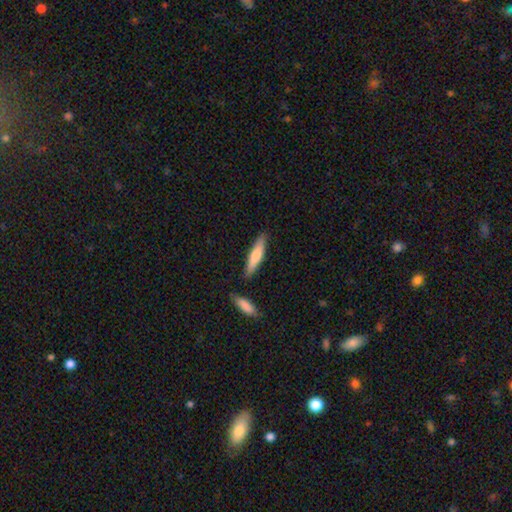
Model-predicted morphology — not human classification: This is likely a smooth galaxy (73%). How rounded: clearly cigar-shaped (82%). Merging: clearly none (82%).